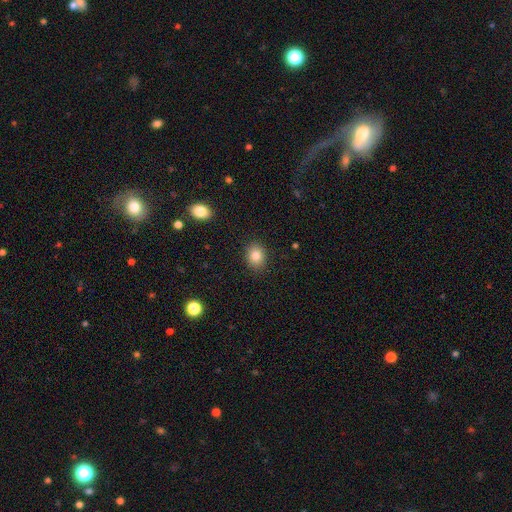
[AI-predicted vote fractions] This appears to be a smooth galaxy with no disk features (84%) that is round (56%). Merging: none (89%).